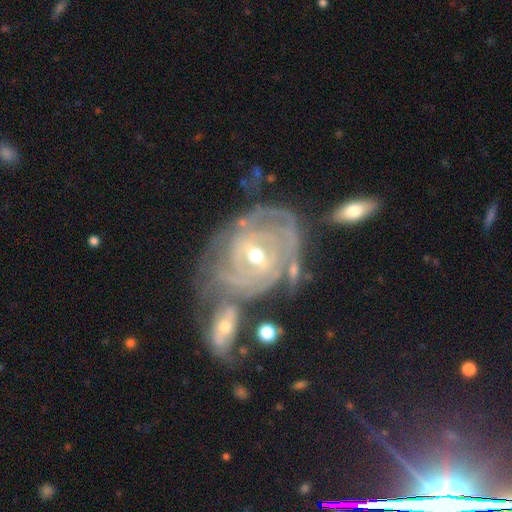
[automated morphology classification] The model was most divided on "bulge size": moderate: 53%, small: 44%, large: 2%, none: 1%, dominant: 1%. Remaining: edge-on disk — no (96%); spiral arms — yes (93%); smooth or featured — featured or disk (87%); spiral winding — tight (78%); bar — weak (48%); merging — none (46%); spiral arm count — can't tell (42%).